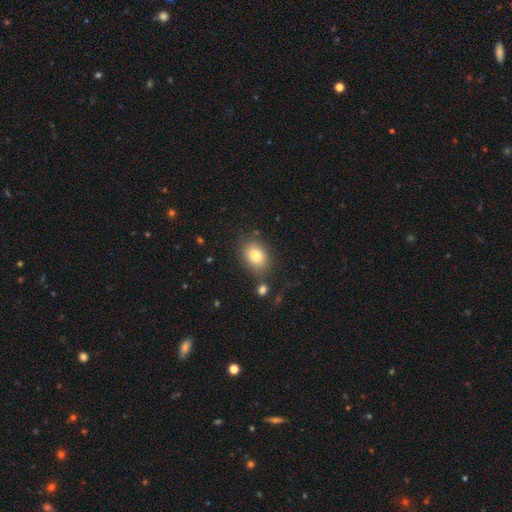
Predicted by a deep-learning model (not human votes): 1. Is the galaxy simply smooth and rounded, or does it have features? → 80% smooth, 11% featured or disk, 10% star or artifact.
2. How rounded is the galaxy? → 71% in between, 28% round, 1% cigar-shaped.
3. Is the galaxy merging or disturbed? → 79% none, 13% minor disturbance, 5% merger, 4% major disturbance.